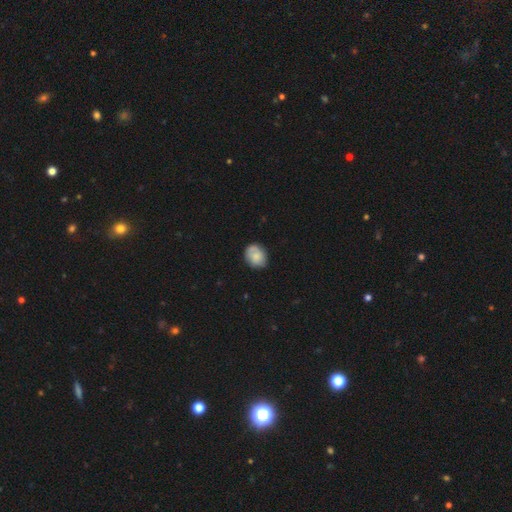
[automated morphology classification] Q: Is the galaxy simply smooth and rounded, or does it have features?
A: smooth — 70%.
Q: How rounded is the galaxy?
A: in between — 52%.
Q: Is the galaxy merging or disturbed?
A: none — 73%.